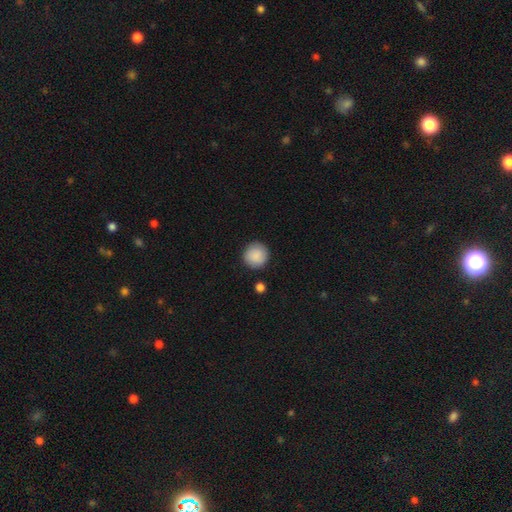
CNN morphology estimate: smooth-or-featured: smooth: 89% | star or artifact: 6% | featured or disk: 4%
  how-rounded: round: 94% | in between: 5% | cigar-shaped: 1%
  merging: none: 89% | minor disturbance: 7% | major disturbance: 2% | merger: 2%